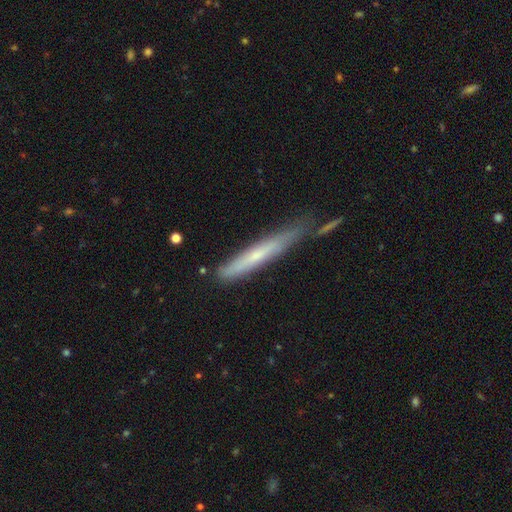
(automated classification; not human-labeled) The model was most divided on "smooth or featured": smooth: 48%, featured or disk: 45%, star or artifact: 7%. More confident: merging — none (56%).